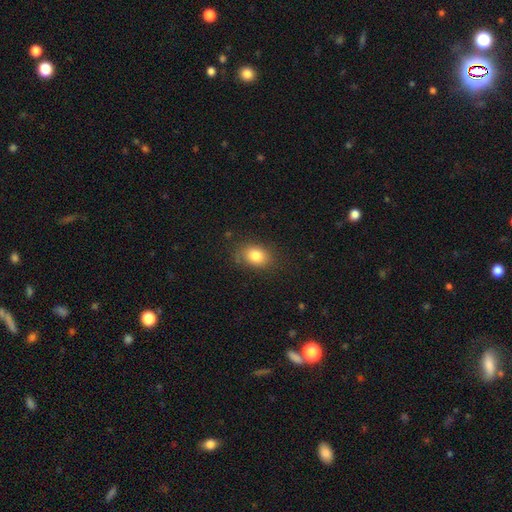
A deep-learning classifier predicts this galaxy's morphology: type=smooth (82%); roundness=in between (66%); merging=none (77%).